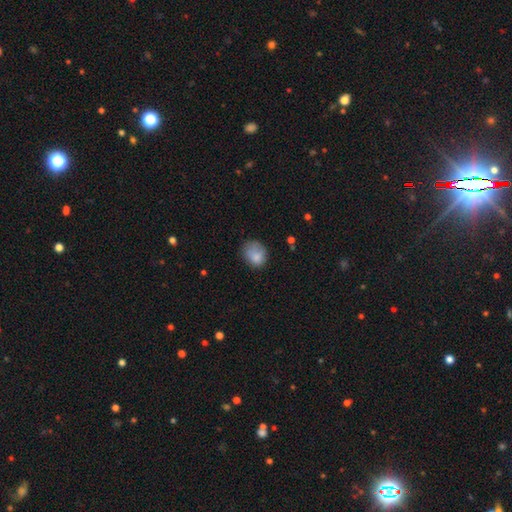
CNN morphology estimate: type=smooth (82%); roundness=round (55%); merging=none (56%).